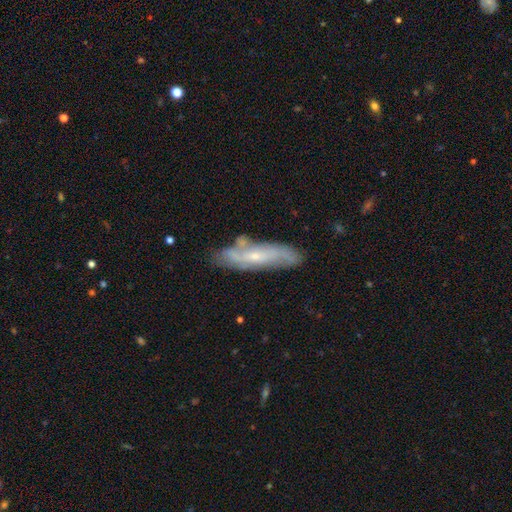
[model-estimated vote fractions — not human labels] Smooth or featured: featured or disk — 68% (smooth — 25%)
Edge-on disk: no — 68% (yes — 32%)
Merging: none — 69% (minor disturbance — 20%)